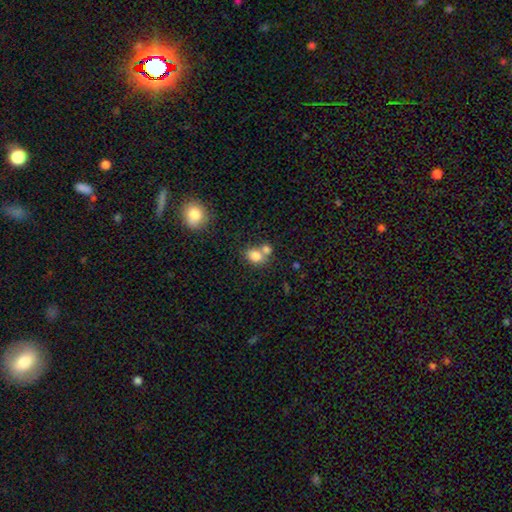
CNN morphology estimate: Overall: smooth (80%). How rounded: in between (55%; round 44%). Merging: merger (45%; none 42%).